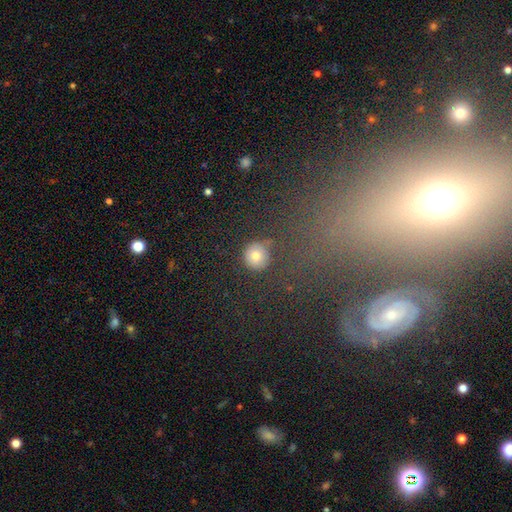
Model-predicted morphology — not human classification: A smooth galaxy with no disk features (76%) that is round (94%). Merging: none (84%).